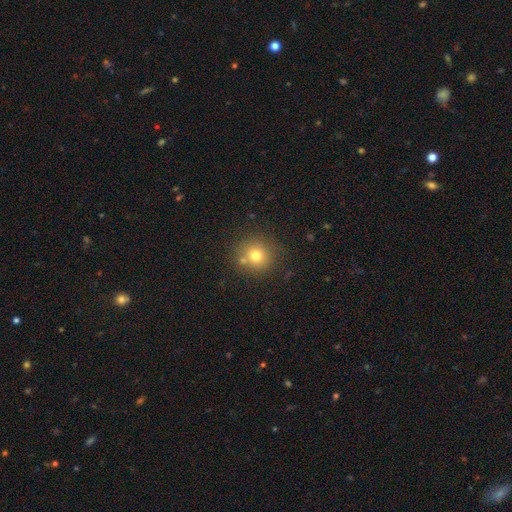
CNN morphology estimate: This appears to be a smooth galaxy with no disk features (74%) that is round (91%). Merging: none (74%).